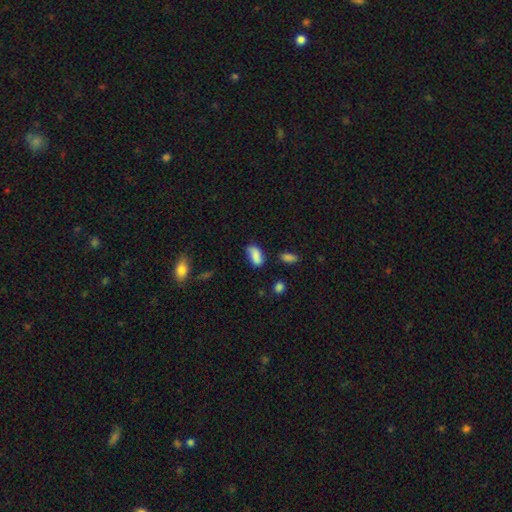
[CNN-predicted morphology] Overall: smooth (78%). How rounded: in between (89%). Merging: none (56%; minor disturbance 28%).